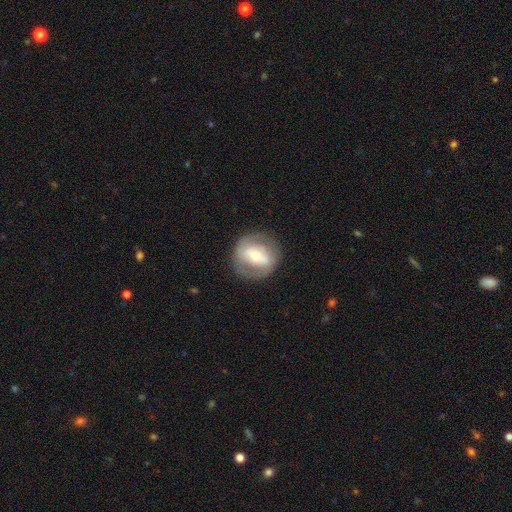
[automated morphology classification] This appears to be a featured or disk galaxy (63%) with a strong bar (46%), no spiral arms (55%) and a moderate central bulge (63%). Merging: none (81%).